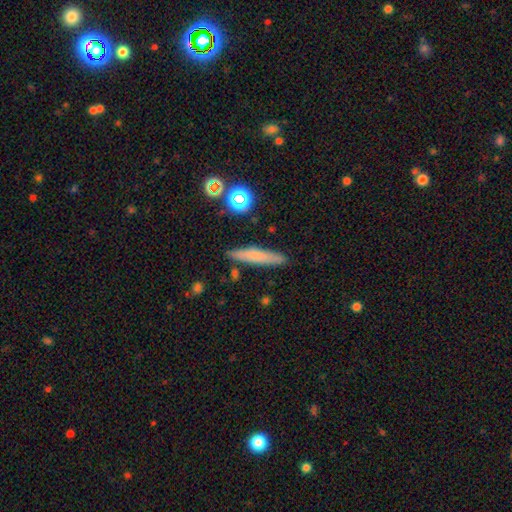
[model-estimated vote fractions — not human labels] Morphology: type=smooth (68%); roundness=cigar-shaped (90%); merging=none (86%).